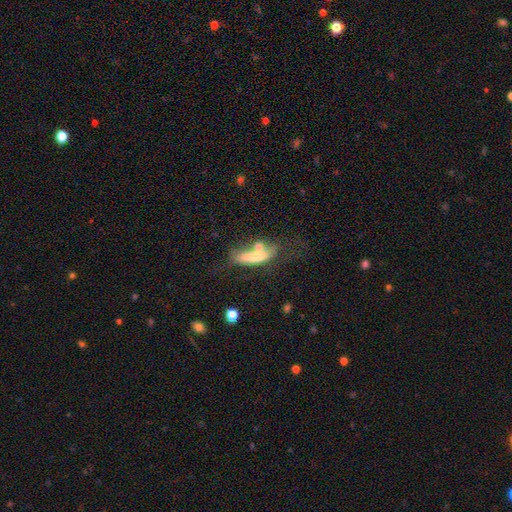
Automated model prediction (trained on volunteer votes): Smooth or featured: smooth — 63% (featured or disk — 29%)
How rounded: cigar-shaped — 59% (in between — 38%)
Merging: merger — 38% (none — 29%)